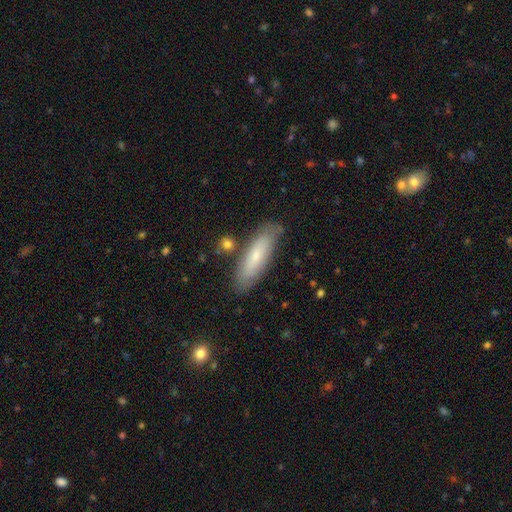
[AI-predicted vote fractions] Smooth or featured?
  - smooth: 65% *
  - featured or disk: 28%
  - star or artifact: 7%
How rounded?
  - cigar-shaped: 57% *
  - in between: 41%
  - round: 2%
Merging?
  - none: 81% *
  - minor disturbance: 13%
  - merger: 3%
  - major disturbance: 3%